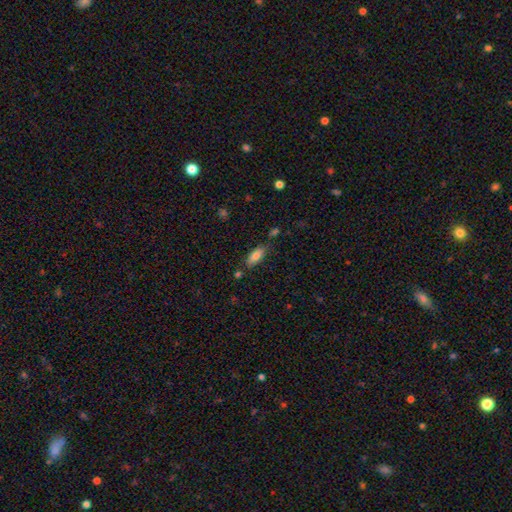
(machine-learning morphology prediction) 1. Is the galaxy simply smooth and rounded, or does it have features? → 81% smooth, 12% featured or disk, 8% star or artifact.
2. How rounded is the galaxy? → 82% in between, 16% cigar-shaped, 2% round.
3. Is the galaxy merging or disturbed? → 74% none, 16% minor disturbance, 6% merger, 4% major disturbance.